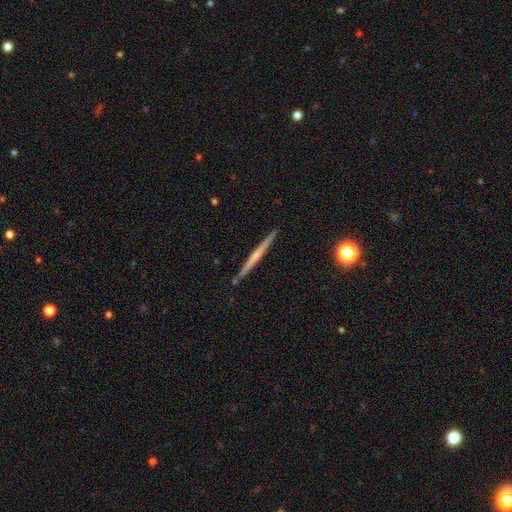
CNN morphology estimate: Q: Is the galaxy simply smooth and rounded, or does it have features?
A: featured or disk — 60%.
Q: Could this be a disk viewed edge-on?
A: yes — 98%.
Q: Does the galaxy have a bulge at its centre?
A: none — 66%.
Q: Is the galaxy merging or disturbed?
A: none — 91%.